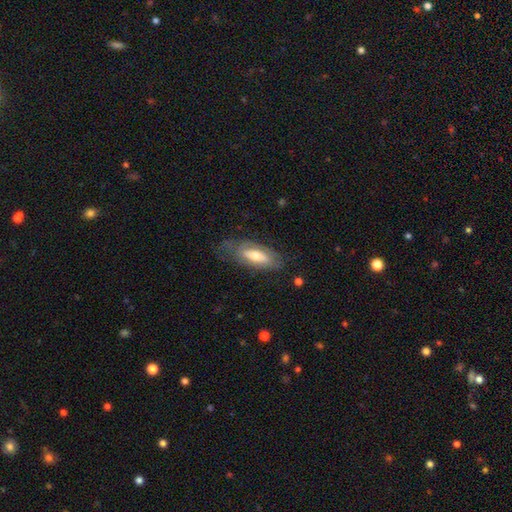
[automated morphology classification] Smooth or featured? Predicted: featured or disk (p=0.49). Merging? Predicted: none (p=0.63).